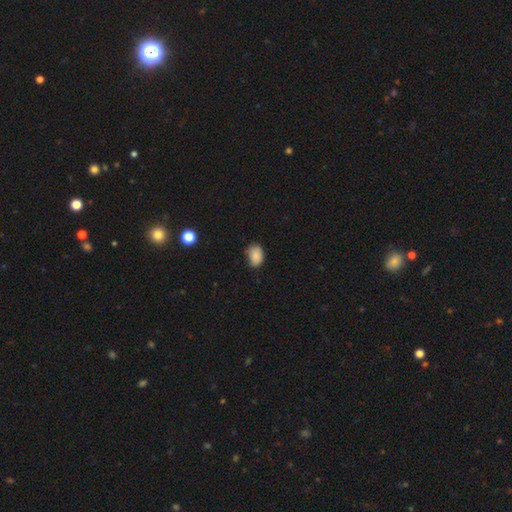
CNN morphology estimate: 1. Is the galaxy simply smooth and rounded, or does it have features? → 86% smooth, 9% star or artifact, 5% featured or disk.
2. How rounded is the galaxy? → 79% in between, 19% round, 1% cigar-shaped.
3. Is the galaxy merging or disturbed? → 66% none, 28% minor disturbance, 4% major disturbance, 2% merger.